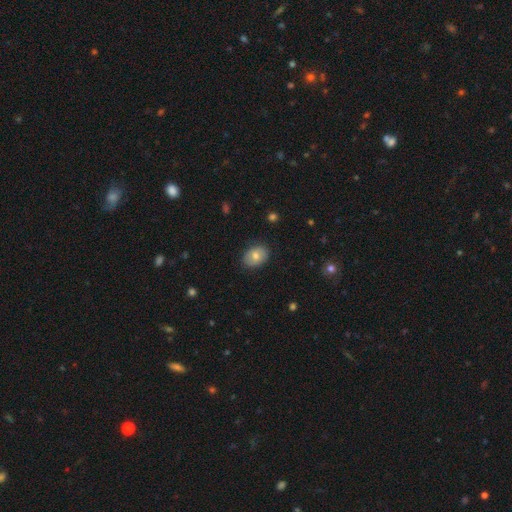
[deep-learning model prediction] Smooth or featured: smooth — 77% (featured or disk — 15%)
How rounded: in between — 77% (round — 22%)
Merging: none — 85% (minor disturbance — 12%)